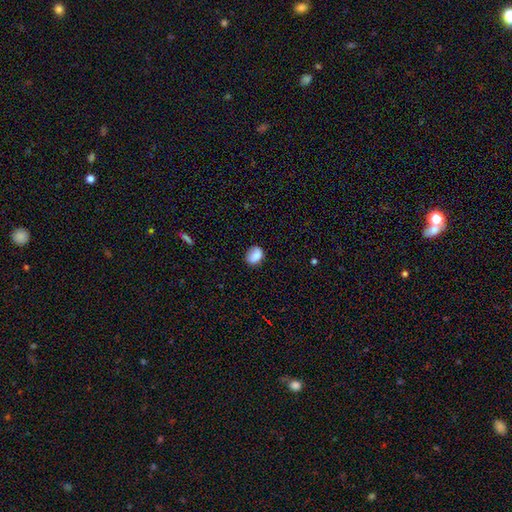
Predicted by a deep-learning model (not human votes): Smooth or featured? smooth (84%)
How rounded? in between (57%)
Merging? none (76%)